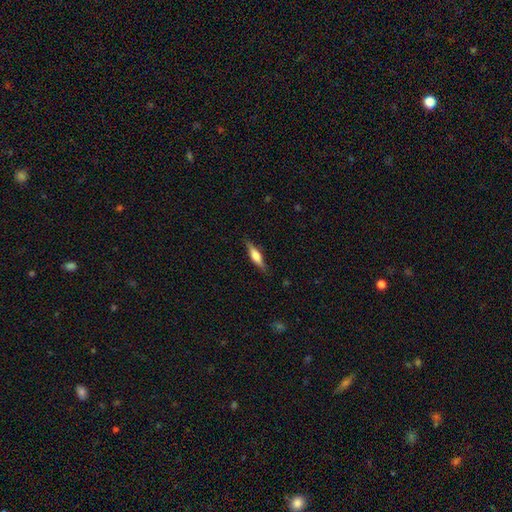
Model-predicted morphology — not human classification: A smooth galaxy with no disk features (49%).

Vote fractions:
- Smooth or featured? smooth: 49% / featured or disk: 44% / star or artifact: 6%
- Merging? none: 84% / minor disturbance: 12% / major disturbance: 3% / merger: 1%